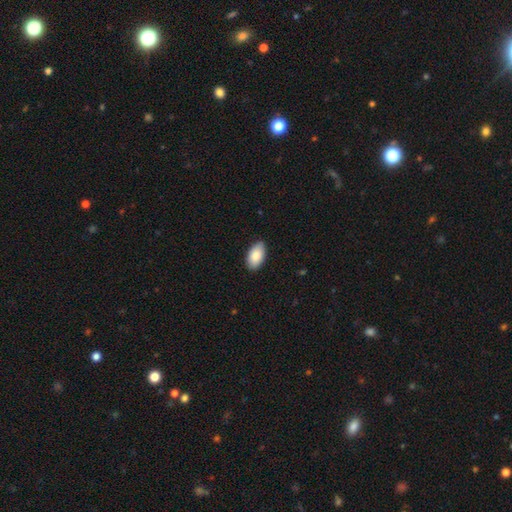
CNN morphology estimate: Smooth or featured: smooth — 88% (featured or disk — 6%)
How rounded: in between — 95% (round — 3%)
Merging: none — 85% (minor disturbance — 12%)